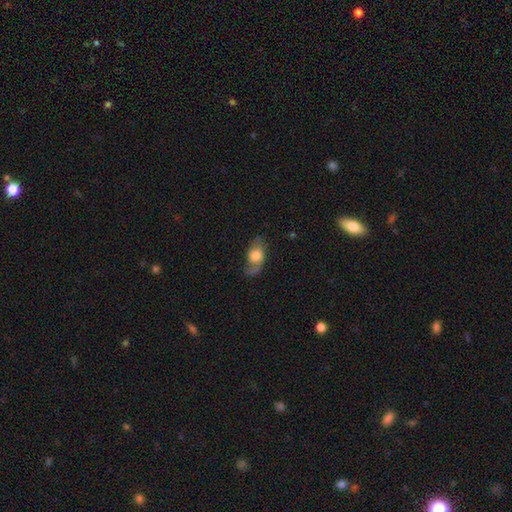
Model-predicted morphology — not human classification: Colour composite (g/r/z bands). It shows a featured or disk galaxy (48%). Merging: none (61%).